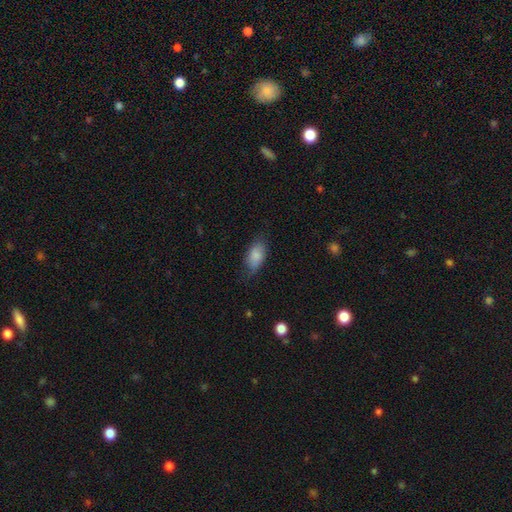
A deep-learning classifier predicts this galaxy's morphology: Smooth or featured?
  - smooth: 84% *
  - featured or disk: 9%
  - star or artifact: 7%
How rounded?
  - in between: 90% *
  - cigar-shaped: 6%
  - round: 4%
Merging?
  - none: 68% *
  - minor disturbance: 24%
  - major disturbance: 7%
  - merger: 1%